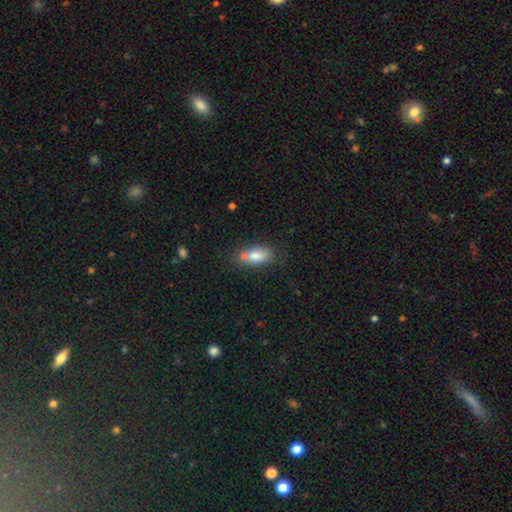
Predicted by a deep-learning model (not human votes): Smooth or featured? Predicted: smooth (p=0.79). How rounded? Predicted: in between (p=0.85). Merging? Predicted: none (p=0.54).